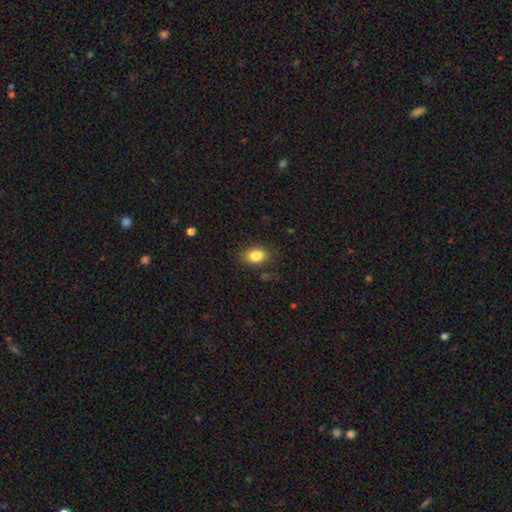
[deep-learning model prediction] Morphology: type=smooth (85%); roundness=in between (74%); merging=none (83%).